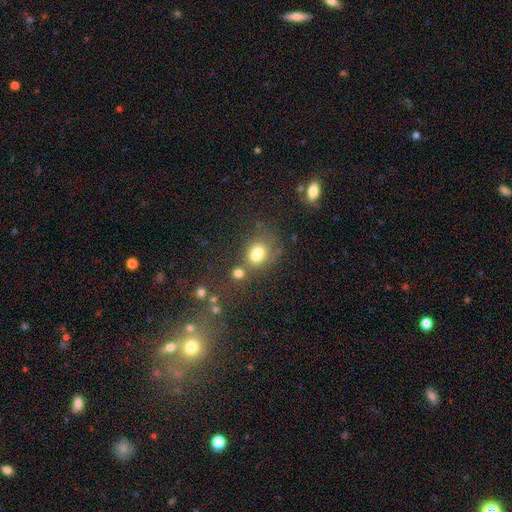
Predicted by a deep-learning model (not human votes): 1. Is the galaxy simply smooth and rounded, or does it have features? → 75% smooth, 13% star or artifact, 12% featured or disk.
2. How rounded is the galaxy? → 51% in between, 48% round, 1% cigar-shaped.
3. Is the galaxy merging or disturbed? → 42% none, 34% merger, 15% minor disturbance, 9% major disturbance.